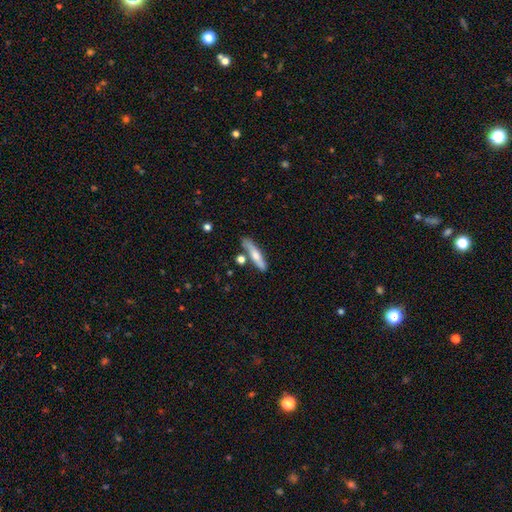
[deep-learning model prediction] This appears to be a smooth galaxy with no disk features (59%) that is cigar-shaped (83%). Merging: none (73%).